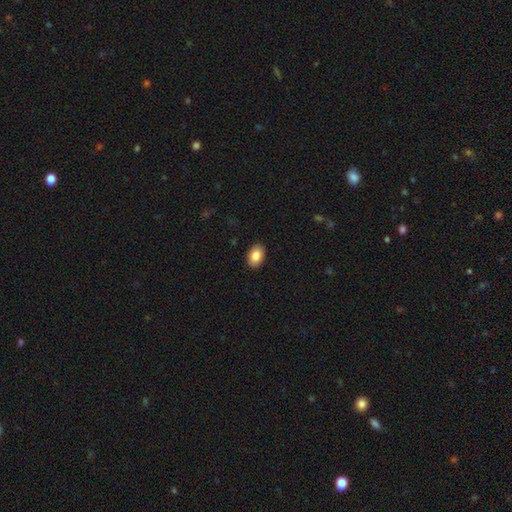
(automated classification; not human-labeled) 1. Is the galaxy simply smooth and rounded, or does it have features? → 86% smooth, 7% featured or disk, 7% star or artifact.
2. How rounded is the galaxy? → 86% in between, 13% round, 1% cigar-shaped.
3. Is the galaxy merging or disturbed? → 90% none, 7% minor disturbance, 2% major disturbance, 1% merger.